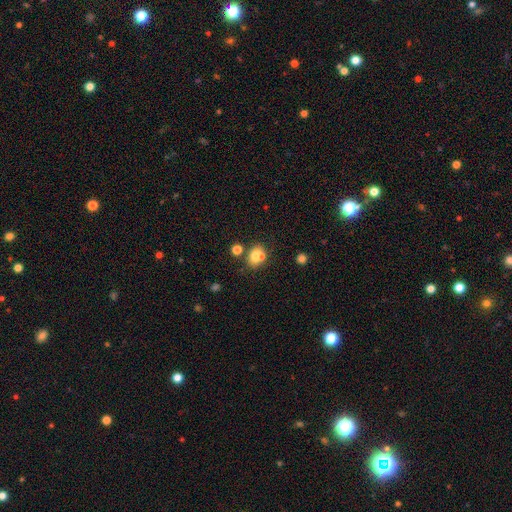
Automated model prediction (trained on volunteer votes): Smooth or featured: smooth — 71% (featured or disk — 16%)
How rounded: round — 56% (in between — 43%)
Merging: none — 48% (merger — 36%)